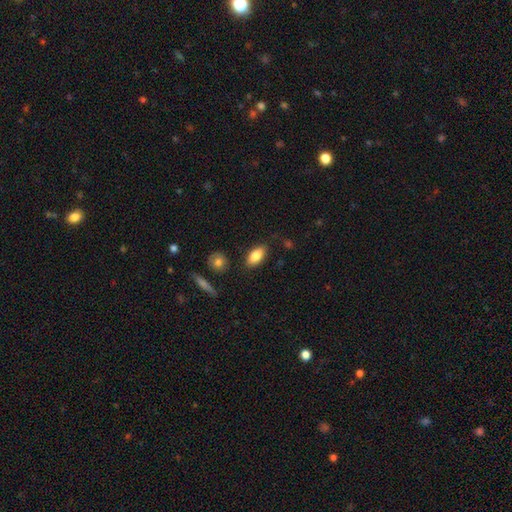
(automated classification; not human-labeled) A smooth galaxy with no disk features (83%) that is in between round and cigar-shaped (89%).

Vote fractions:
- Smooth or featured? smooth: 83% / featured or disk: 10% / star or artifact: 7%
- How rounded? in between: 89% / cigar-shaped: 7% / round: 4%
- Merging? none: 84% / minor disturbance: 11% / major disturbance: 3% / merger: 2%